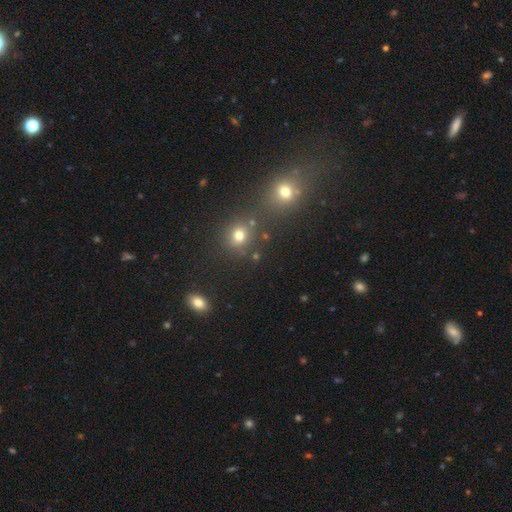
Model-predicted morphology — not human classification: This appears to be a smooth galaxy with no disk features (63%) that is round (81%). Merging: none (69%).